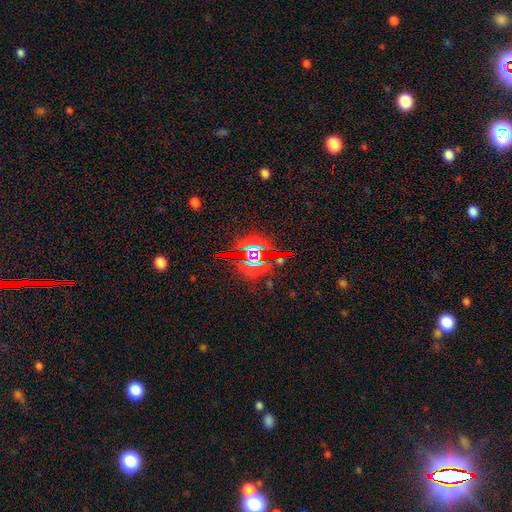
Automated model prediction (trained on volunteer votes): Smooth or featured? Predicted: star or artifact (p=0.73).